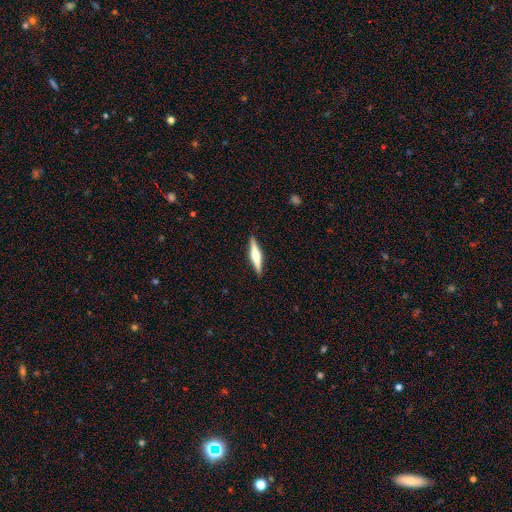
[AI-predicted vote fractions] Smooth or featured? Predicted: featured or disk (p=0.63). Edge-on disk? Predicted: yes (p=0.97). Edge-on bulge? Predicted: rounded (p=0.86). Merging? Predicted: none (p=0.91).